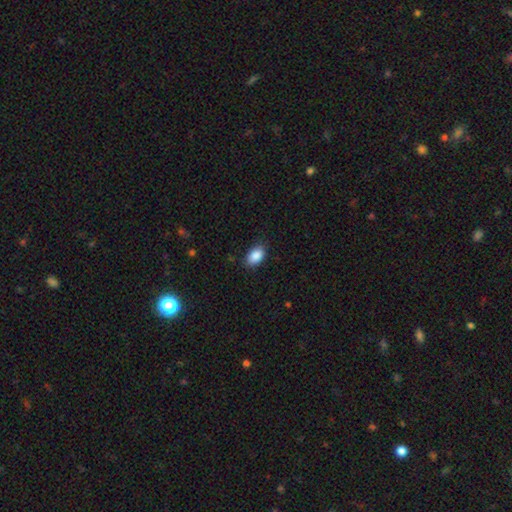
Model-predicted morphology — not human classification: Q: Smooth or featured?
A: smooth (89%); runner-up: star or artifact (7%)
Q: How rounded?
A: in between (91%); runner-up: round (7%)
Q: Merging?
A: none (84%); runner-up: minor disturbance (12%)